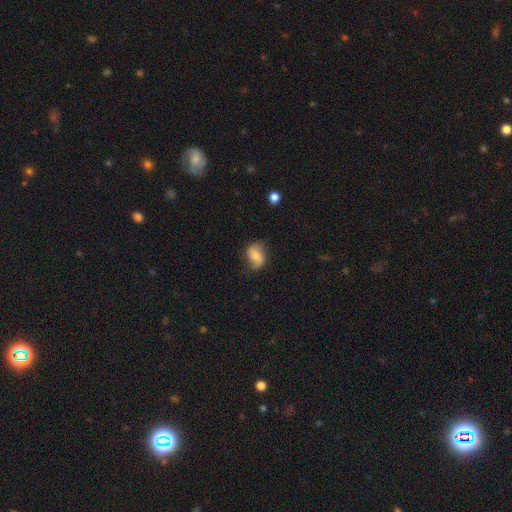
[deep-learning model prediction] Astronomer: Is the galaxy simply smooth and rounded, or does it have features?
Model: smooth — 54% (runner-up: featured or disk, 38%).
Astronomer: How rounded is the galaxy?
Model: in between — 75%.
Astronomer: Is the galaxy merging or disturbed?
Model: none — 65%.